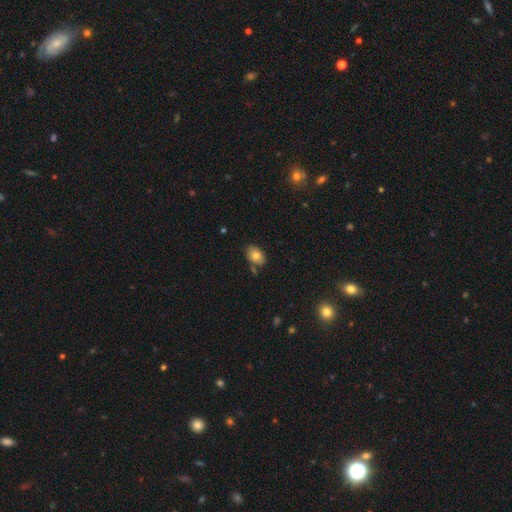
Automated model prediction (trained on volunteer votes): Overall: smooth (79%). How rounded: in between (86%). Merging: none (74%).